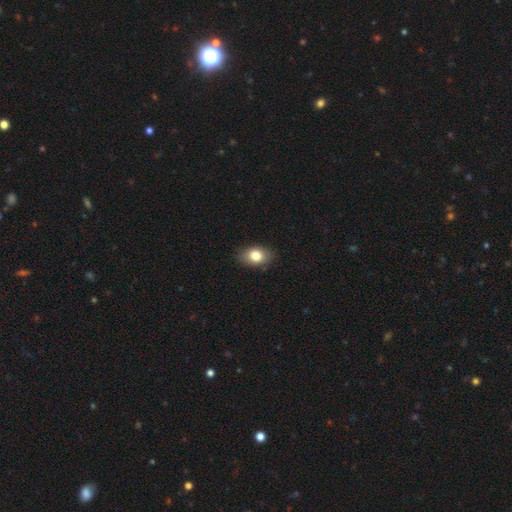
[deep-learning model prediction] Smooth or featured?
  - smooth: 80% *
  - featured or disk: 11%
  - star or artifact: 9%
How rounded?
  - in between: 78% *
  - round: 20%
  - cigar-shaped: 1%
Merging?
  - none: 85% *
  - minor disturbance: 12%
  - major disturbance: 2%
  - merger: 1%